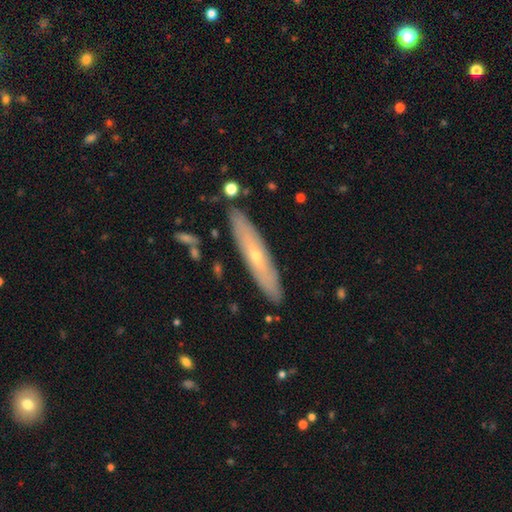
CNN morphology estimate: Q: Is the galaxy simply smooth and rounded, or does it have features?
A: featured or disk — 53%.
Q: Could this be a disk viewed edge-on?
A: yes — 64%.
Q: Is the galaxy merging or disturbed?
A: none — 86%.